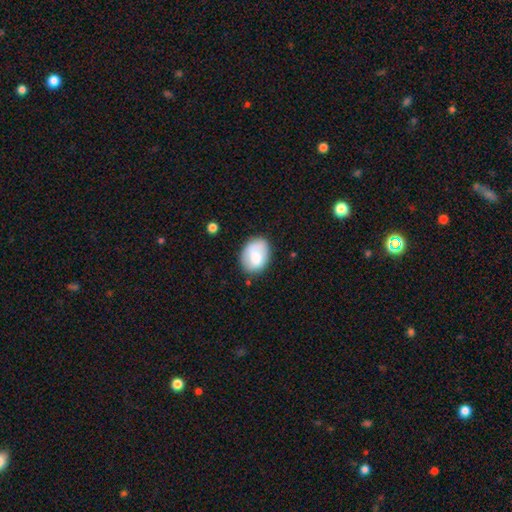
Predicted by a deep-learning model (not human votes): Smooth or featured?
  - smooth: 77% *
  - featured or disk: 16%
  - star or artifact: 7%
How rounded?
  - in between: 69% *
  - round: 30%
  - cigar-shaped: 1%
Merging?
  - none: 66% *
  - minor disturbance: 23%
  - major disturbance: 7%
  - merger: 4%